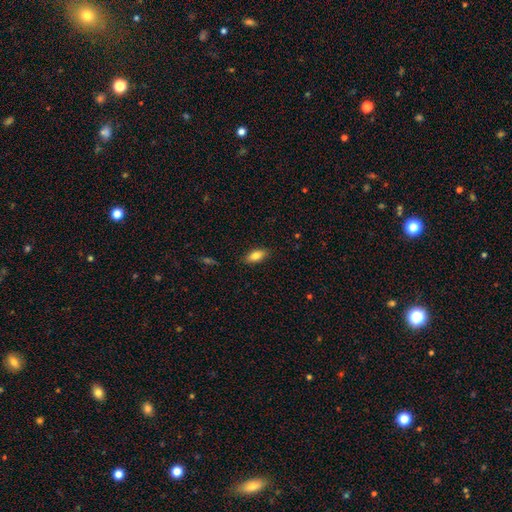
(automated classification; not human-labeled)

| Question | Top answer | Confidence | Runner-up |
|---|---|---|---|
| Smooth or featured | smooth | 78% | featured or disk (14%) |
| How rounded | in between | 83% | cigar-shaped (14%) |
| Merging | none | 87% | minor disturbance (10%) |